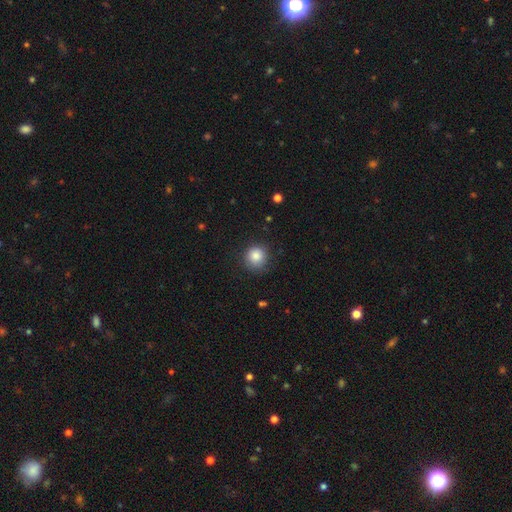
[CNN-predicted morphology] This is clearly a smooth galaxy (84%). How rounded: clearly round (92%). Merging: clearly none (83%).